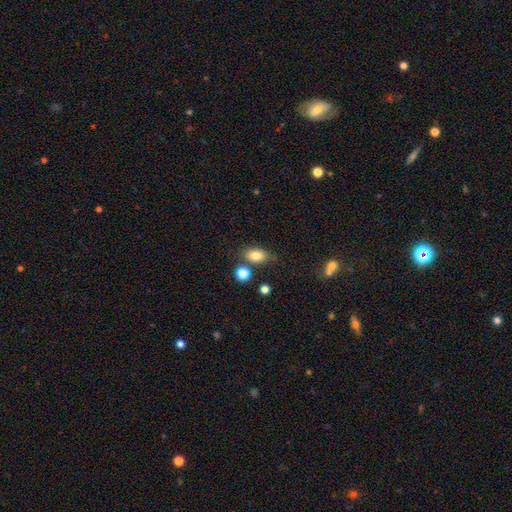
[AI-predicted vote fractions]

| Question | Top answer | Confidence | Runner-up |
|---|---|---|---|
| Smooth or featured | smooth | 81% | star or artifact (10%) |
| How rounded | in between | 79% | round (19%) |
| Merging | none | 70% | minor disturbance (16%) |